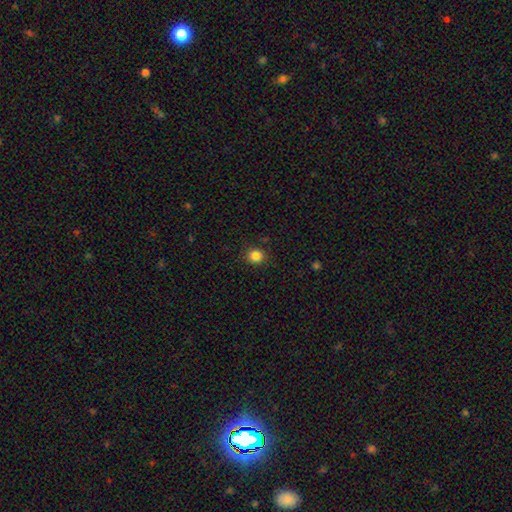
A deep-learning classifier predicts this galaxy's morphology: A smooth galaxy with no disk features (85%) that is round (85%).

Vote fractions:
- Smooth or featured? smooth: 85% / star or artifact: 11% / featured or disk: 4%
- How rounded? round: 85% / in between: 14% / cigar-shaped: 1%
- Merging? none: 88% / minor disturbance: 8% / major disturbance: 3% / merger: 1%